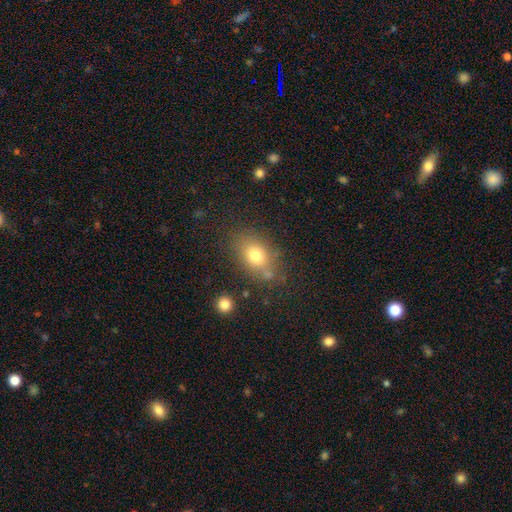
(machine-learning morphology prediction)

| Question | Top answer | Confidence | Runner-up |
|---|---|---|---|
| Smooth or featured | smooth | 75% | featured or disk (13%) |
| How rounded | in between | 74% | round (23%) |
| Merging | none | 73% | minor disturbance (15%) |